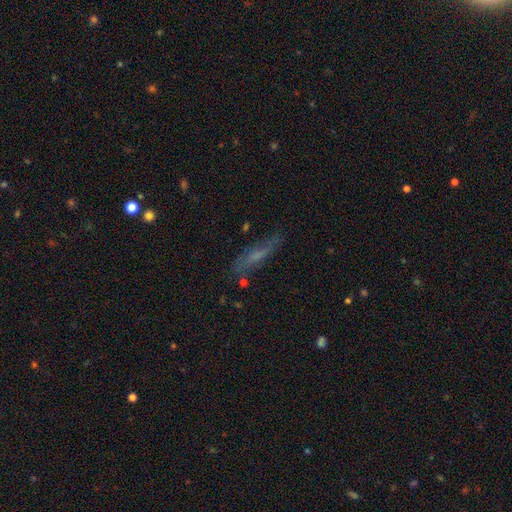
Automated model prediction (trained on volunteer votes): Smooth or featured: featured or disk — 45% (smooth — 41%)
Merging: none — 71% (minor disturbance — 19%)